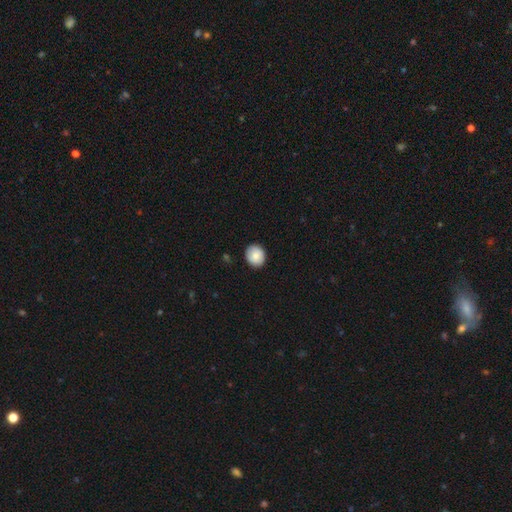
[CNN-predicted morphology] Q: Smooth or featured?
A: smooth (83%); runner-up: featured or disk (10%)
Q: How rounded?
A: round (80%); runner-up: in between (19%)
Q: Merging?
A: none (87%); runner-up: minor disturbance (10%)